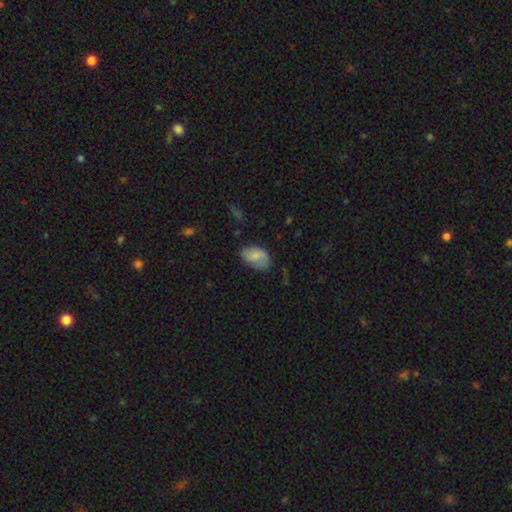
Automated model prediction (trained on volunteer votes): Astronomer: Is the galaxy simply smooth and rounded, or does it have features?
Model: smooth — 75%.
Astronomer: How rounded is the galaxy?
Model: in between — 89%.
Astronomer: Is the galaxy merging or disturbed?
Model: none — 64%.